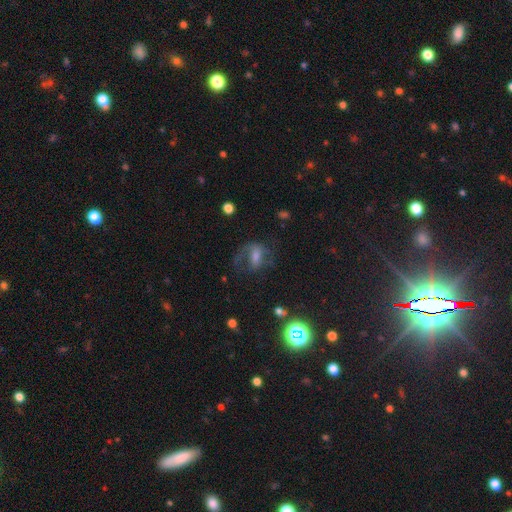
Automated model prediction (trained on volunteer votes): Smooth or featured?
  - featured or disk: 53% *
  - smooth: 32%
  - star or artifact: 16%
Edge-on disk?
  - no: 94% *
  - yes: 6%
Merging?
  - none: 45% *
  - major disturbance: 34%
  - minor disturbance: 19%
  - merger: 3%